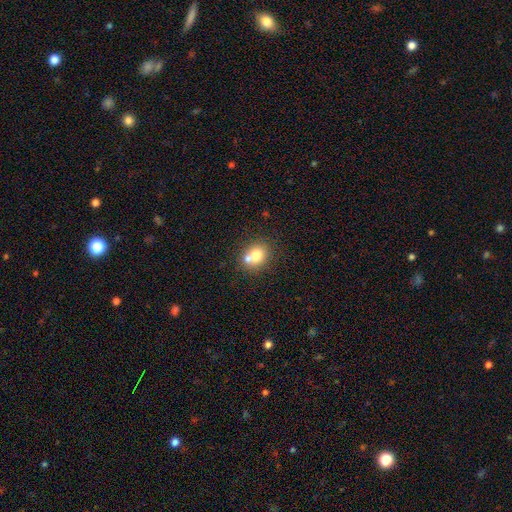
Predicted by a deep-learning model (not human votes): The model was most divided on "merging": none: 49%, merger: 38%, minor disturbance: 9%, major disturbance: 3%. More confident: smooth or featured — smooth (73%); how rounded — round (65%).